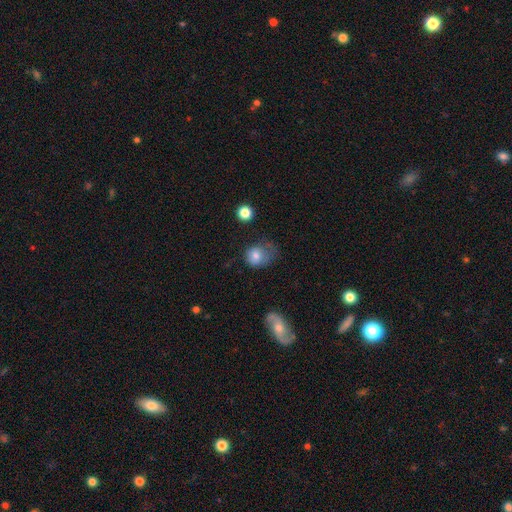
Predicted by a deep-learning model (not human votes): A smooth galaxy with no disk features (75%) that is round (54%).

Vote fractions:
- Smooth or featured? smooth: 75% / featured or disk: 15% / star or artifact: 10%
- How rounded? round: 54% / in between: 45% / cigar-shaped: 1%
- Merging? major disturbance: 36% / minor disturbance: 33% / none: 28% / merger: 3%